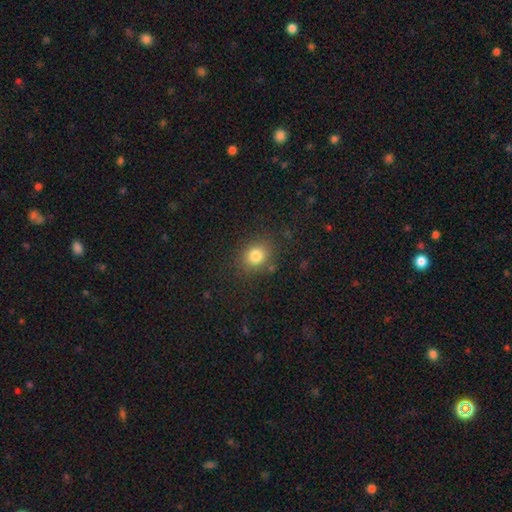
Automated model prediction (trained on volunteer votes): smooth-or-featured: smooth: 80% | star or artifact: 13% | featured or disk: 7%
  how-rounded: round: 68% | in between: 31% | cigar-shaped: 1%
  merging: none: 83% | minor disturbance: 11% | major disturbance: 4% | merger: 2%